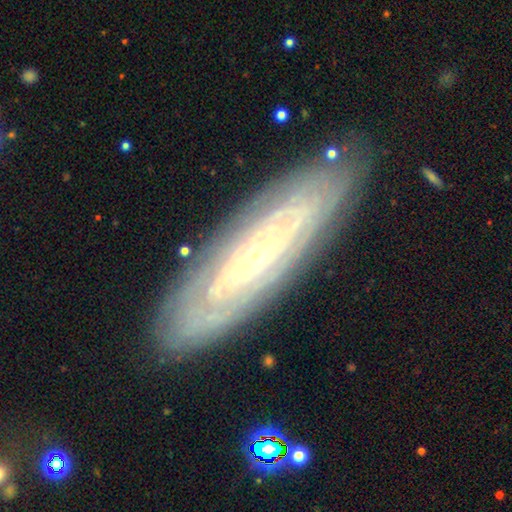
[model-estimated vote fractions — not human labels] Smooth or featured? featured or disk (81%)
Edge-on disk? no (79%)
Bar? no (64%)
Spiral arms? yes (82%)
Spiral winding? tight (82%)
Spiral arm count? can't tell (67%)
Bulge size? small (74%)
Merging? none (84%)